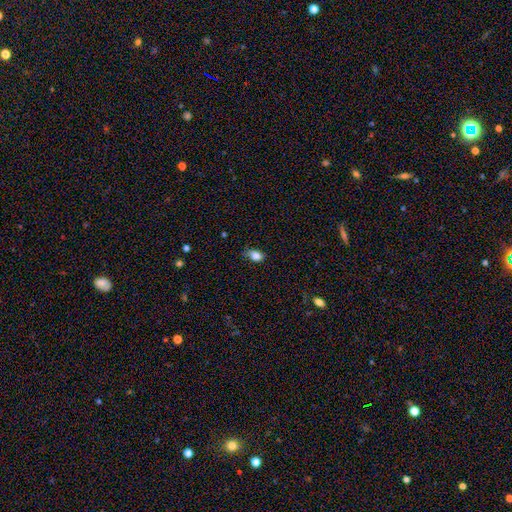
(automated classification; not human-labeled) Smooth or featured?
  - smooth: 84% *
  - star or artifact: 10%
  - featured or disk: 7%
How rounded?
  - in between: 80% *
  - round: 17%
  - cigar-shaped: 3%
Merging?
  - none: 53% *
  - minor disturbance: 36%
  - major disturbance: 10%
  - merger: 2%